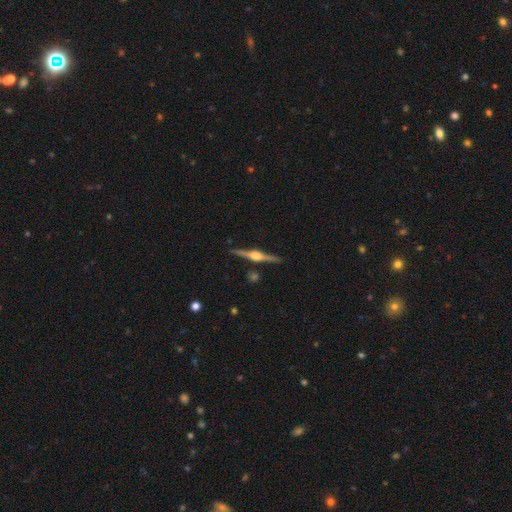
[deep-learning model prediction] Overall: featured or disk (86%). Edge-on disk: yes (99%). Edge-on bulge: rounded (91%). Merging: none (91%).